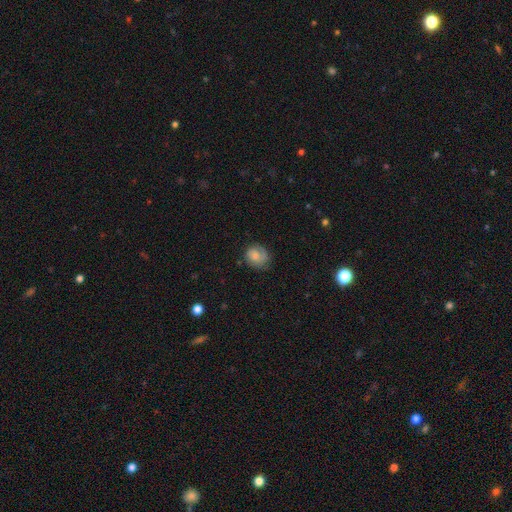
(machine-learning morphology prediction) This is possibly a smooth galaxy (46%, tied with featured or disk). Merging: likely none (68%).